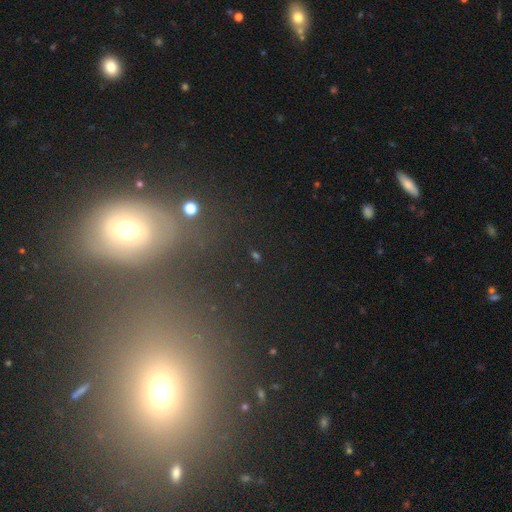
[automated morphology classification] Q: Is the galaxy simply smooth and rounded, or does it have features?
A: star or artifact — 52%.